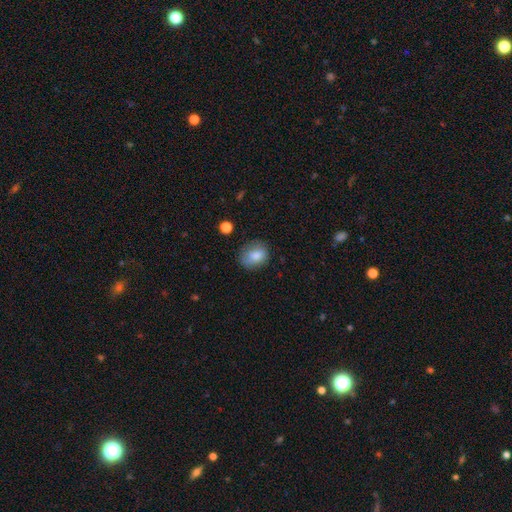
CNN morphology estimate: Smooth or featured? smooth (83%)
How rounded? in between (51%)
Merging? none (73%)